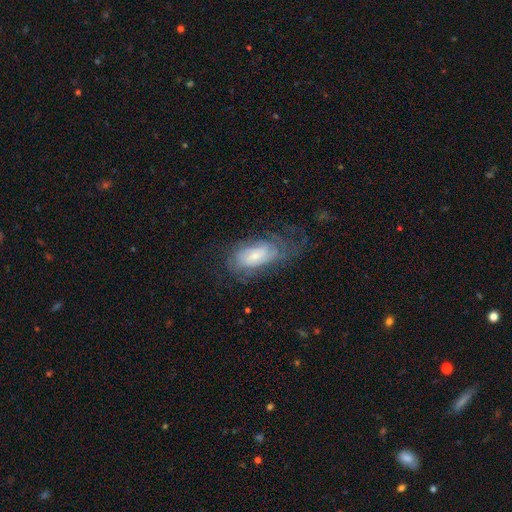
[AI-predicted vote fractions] This is possibly a featured or disk galaxy (59%). It is clearly not viewed edge-on (91%). Bar: likely no (65%). Spiral arm pattern: clearly yes (80%). Central bulge: possibly small (56%). Merging: possibly none (54%).